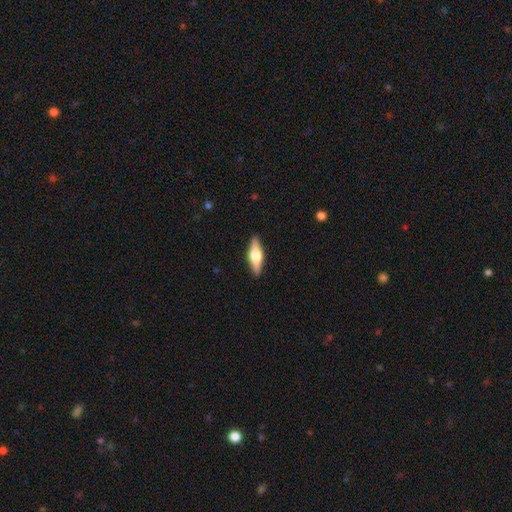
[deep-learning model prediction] Q: Smooth or featured?
A: featured or disk (60%); runner-up: smooth (35%)
Q: Edge-on disk?
A: yes (96%); runner-up: no (4%)
Q: Edge-on bulge?
A: rounded (94%); runner-up: boxy (4%)
Q: Merging?
A: none (90%); runner-up: minor disturbance (7%)